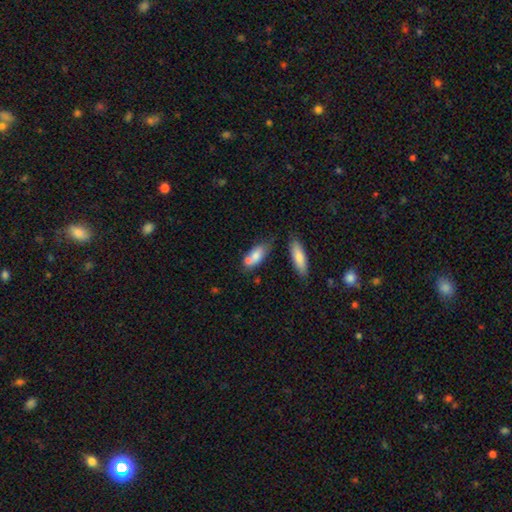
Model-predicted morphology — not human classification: smooth-or-featured: smooth: 73% | featured or disk: 20% | star or artifact: 7%
  how-rounded: in between: 76% | cigar-shaped: 19% | round: 5%
  merging: none: 42% | merger: 35% | minor disturbance: 17% | major disturbance: 6%